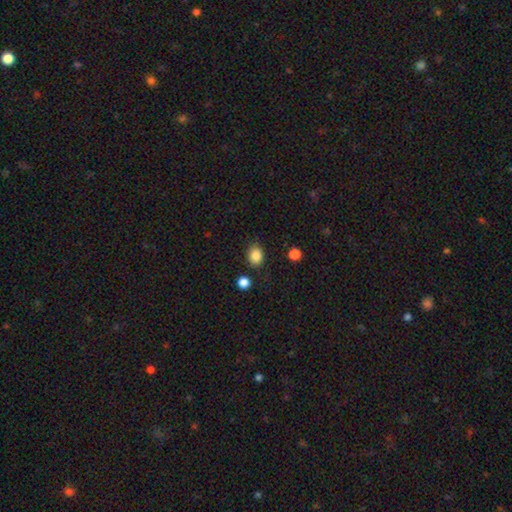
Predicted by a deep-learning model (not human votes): The model was most divided on "how rounded": in between: 53%, round: 46%, cigar-shaped: 1%. More confident: smooth or featured — smooth (86%); merging — none (80%).